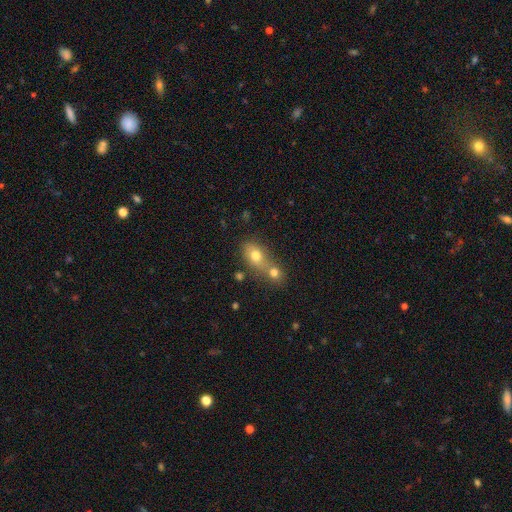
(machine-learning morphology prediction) This is likely a smooth galaxy (74%). How rounded: likely in between (70%). Merging: possibly merger (54%).